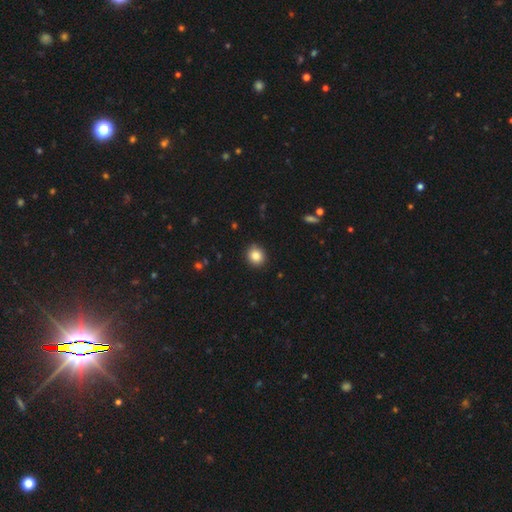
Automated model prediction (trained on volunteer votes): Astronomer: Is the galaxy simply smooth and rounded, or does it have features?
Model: smooth — 85%.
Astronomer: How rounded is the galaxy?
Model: round — 82%.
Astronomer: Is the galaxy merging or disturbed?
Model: none — 90%.